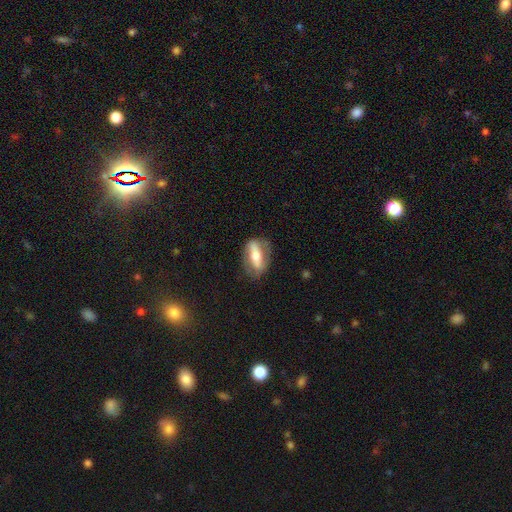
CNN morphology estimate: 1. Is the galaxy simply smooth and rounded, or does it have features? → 56% featured or disk, 37% smooth, 7% star or artifact.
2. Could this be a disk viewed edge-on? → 73% no, 27% yes.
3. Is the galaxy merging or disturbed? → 72% none, 18% minor disturbance, 8% major disturbance, 2% merger.